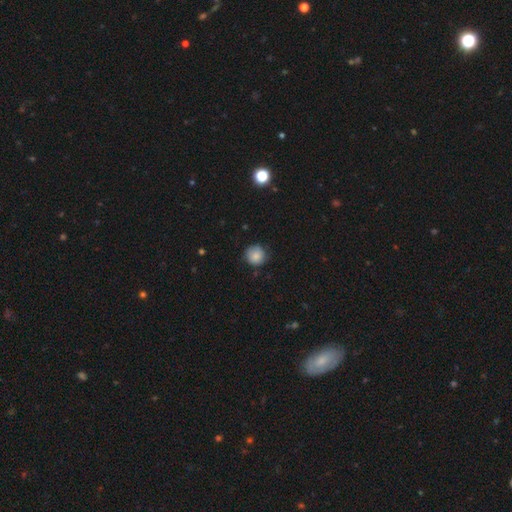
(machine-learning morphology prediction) This is clearly a smooth galaxy (82%). How rounded: clearly round (92%). Merging: likely none (76%).